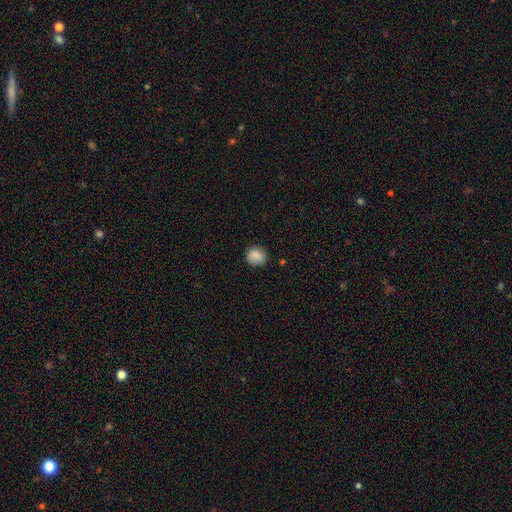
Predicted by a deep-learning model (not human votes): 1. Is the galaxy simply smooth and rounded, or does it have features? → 84% smooth, 9% star or artifact, 7% featured or disk.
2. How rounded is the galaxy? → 78% round, 21% in between, 1% cigar-shaped.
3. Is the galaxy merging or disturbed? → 79% none, 16% minor disturbance, 4% major disturbance, 2% merger.